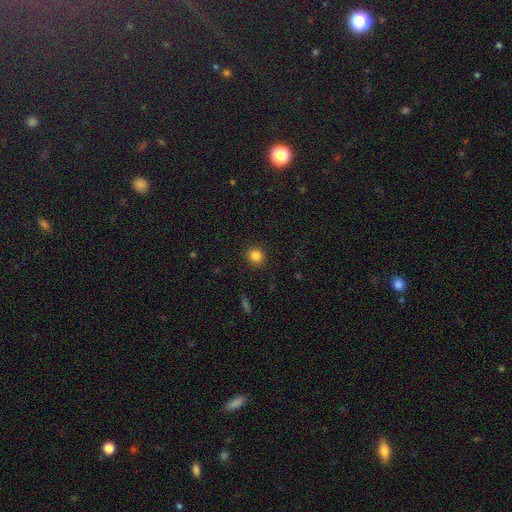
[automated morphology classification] A smooth galaxy with no disk features (84%) that is round (86%). Merging: none (91%).